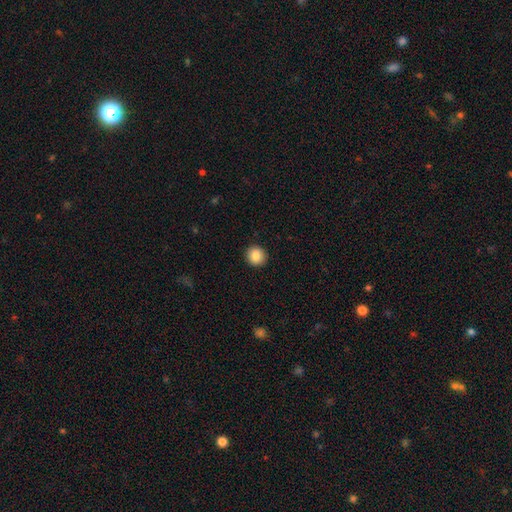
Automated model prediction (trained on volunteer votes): A smooth galaxy with no disk features (86%) that is round (93%). Merging: none (93%).